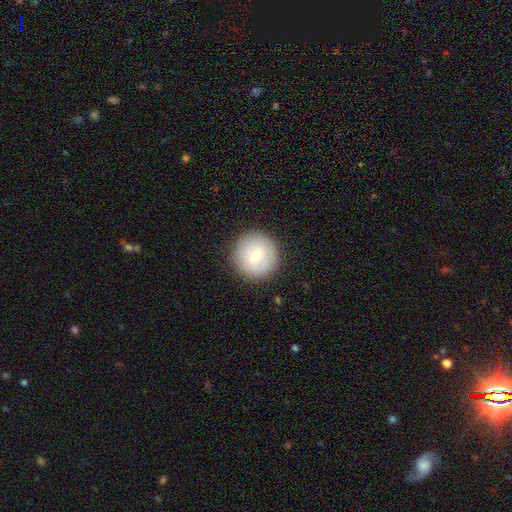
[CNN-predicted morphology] Smooth or featured? Predicted: smooth (p=0.65). How rounded? Predicted: round (p=0.96). Merging? Predicted: none (p=0.90).